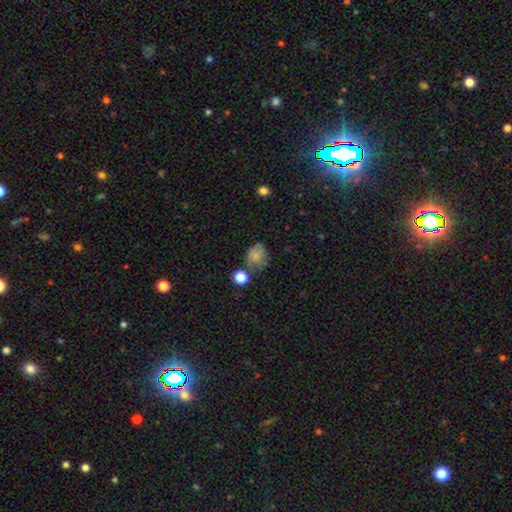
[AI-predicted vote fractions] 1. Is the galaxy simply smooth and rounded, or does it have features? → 76% smooth, 13% featured or disk, 11% star or artifact.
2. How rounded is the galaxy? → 64% round, 35% in between, 1% cigar-shaped.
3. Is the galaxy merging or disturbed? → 53% none, 26% minor disturbance, 12% merger, 10% major disturbance.